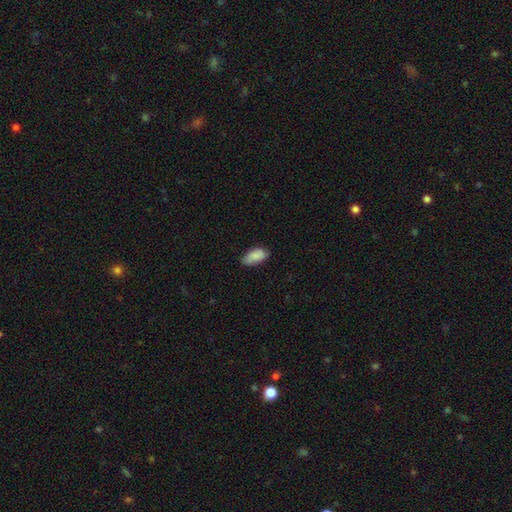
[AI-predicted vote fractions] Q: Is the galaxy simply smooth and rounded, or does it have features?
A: smooth — 86%.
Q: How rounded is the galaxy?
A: in between — 92%.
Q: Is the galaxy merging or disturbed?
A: none — 76%.